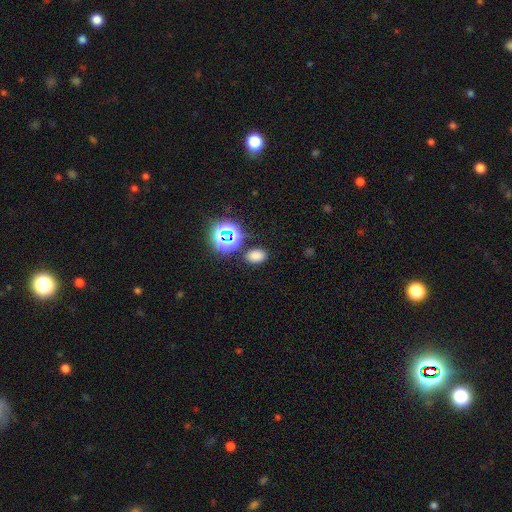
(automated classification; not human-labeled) smooth 73%, star or artifact 22%, featured or disk 5%. Down the decision tree: how rounded — in between (78%); merging — none (83%).